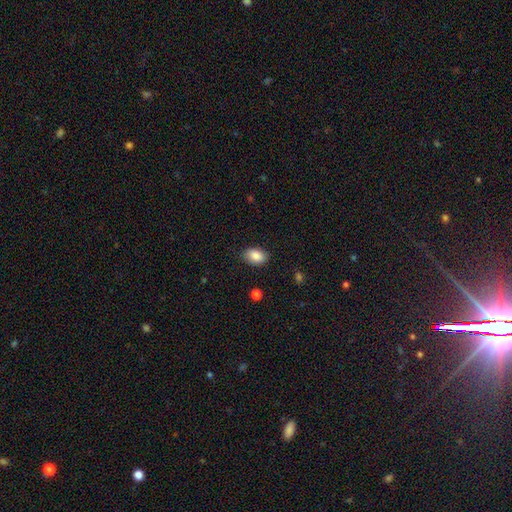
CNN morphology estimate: This appears to be a smooth galaxy with no disk features (87%) that is in between round and cigar-shaped (86%). Merging: none (86%).